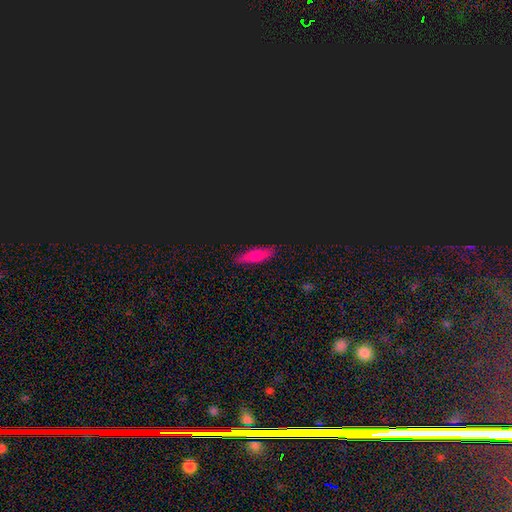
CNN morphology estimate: Smooth or featured? Predicted: smooth (p=0.62). How rounded? Predicted: in between (p=0.51). Merging? Predicted: none (p=0.86).